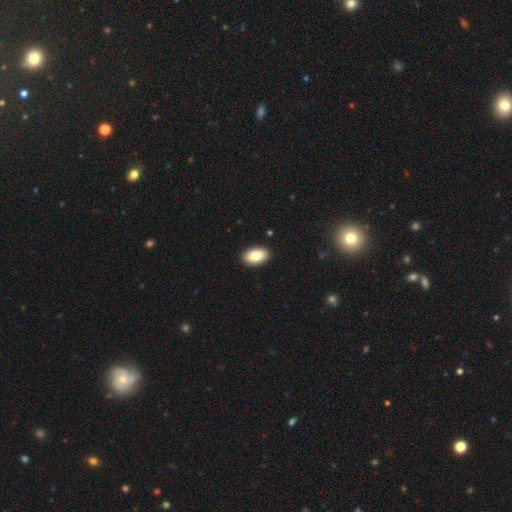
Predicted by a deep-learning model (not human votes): Smooth or featured: smooth — 83% (featured or disk — 10%)
How rounded: in between — 93% (round — 6%)
Merging: none — 91% (minor disturbance — 6%)